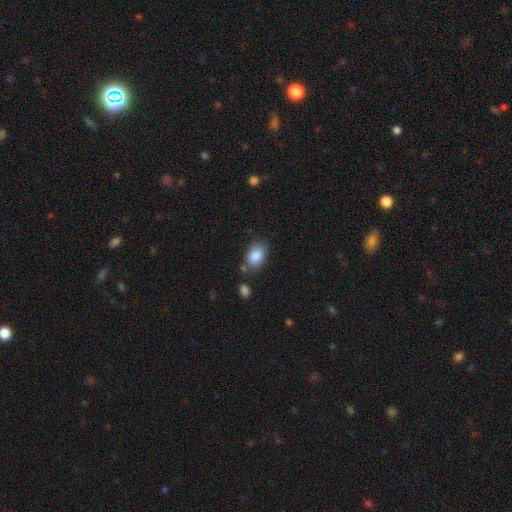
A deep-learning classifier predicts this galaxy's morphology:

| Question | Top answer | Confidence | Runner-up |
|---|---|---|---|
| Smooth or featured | smooth | 87% | star or artifact (7%) |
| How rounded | in between | 86% | round (13%) |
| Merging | none | 71% | minor disturbance (17%) |